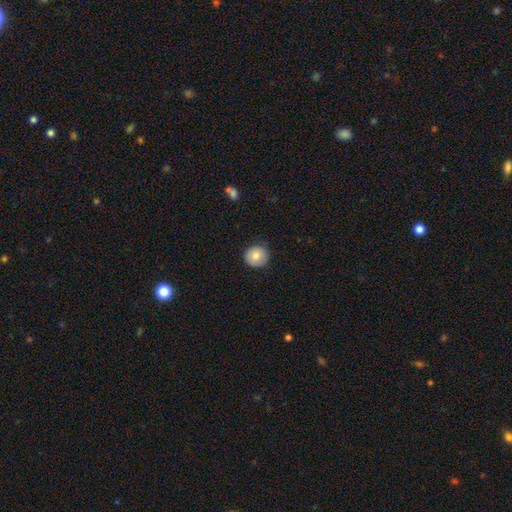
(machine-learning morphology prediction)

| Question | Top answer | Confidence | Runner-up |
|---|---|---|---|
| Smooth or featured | smooth | 78% | featured or disk (13%) |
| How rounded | round | 92% | in between (7%) |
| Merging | none | 84% | minor disturbance (12%) |